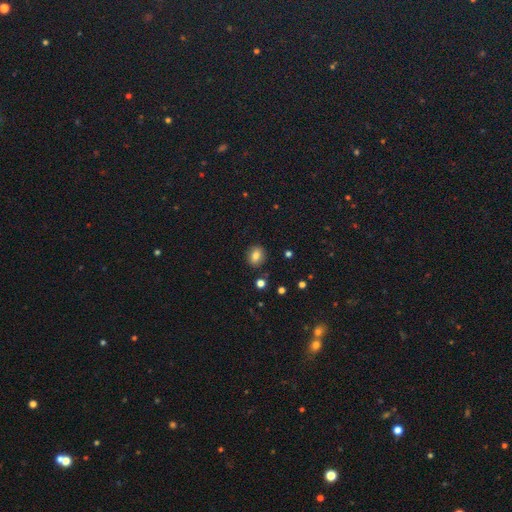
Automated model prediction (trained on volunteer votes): This appears to be a smooth galaxy with no disk features (81%) that is round (51%). Merging: none (87%).